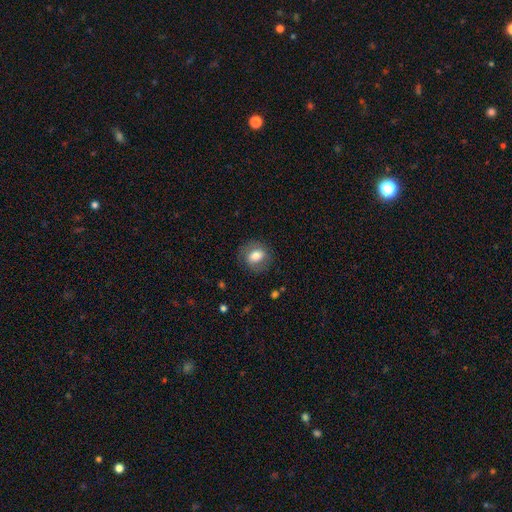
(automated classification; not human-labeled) smooth-or-featured: smooth: 66% | featured or disk: 25% | star or artifact: 8%
  how-rounded: round: 59% | in between: 39% | cigar-shaped: 1%
  merging: none: 79% | minor disturbance: 14% | major disturbance: 6% | merger: 1%